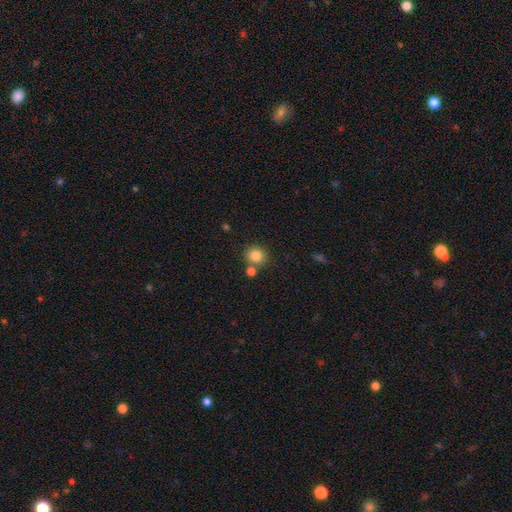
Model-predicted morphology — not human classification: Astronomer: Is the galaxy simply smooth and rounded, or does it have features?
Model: smooth — 83%.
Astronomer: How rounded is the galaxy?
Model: round — 85%.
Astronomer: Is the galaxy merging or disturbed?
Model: none — 74%.